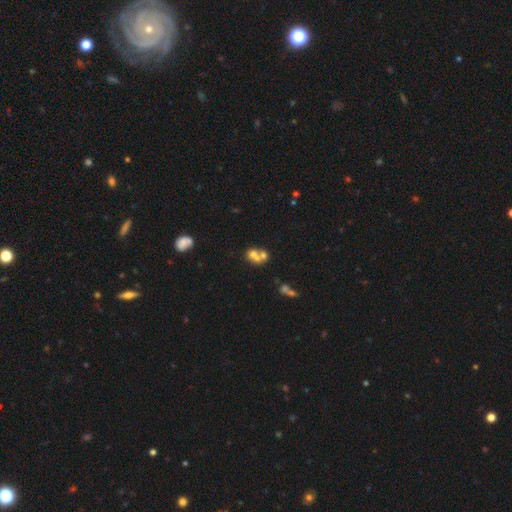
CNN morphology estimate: type=smooth (57%); roundness=round (66%); merging=merger (60%).